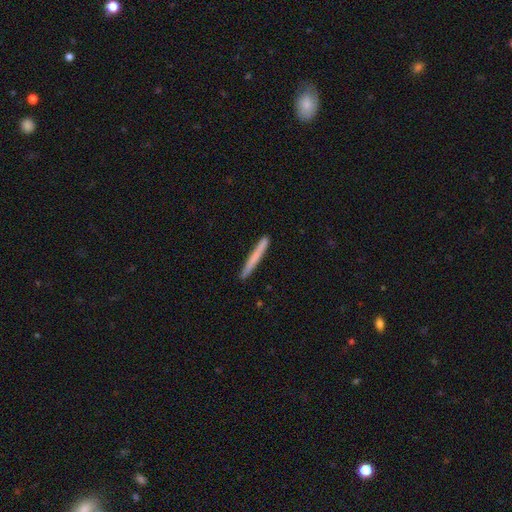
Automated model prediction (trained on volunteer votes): Smooth or featured: smooth — 69% (featured or disk — 25%)
How rounded: cigar-shaped — 97% (in between — 2%)
Merging: none — 92% (minor disturbance — 6%)